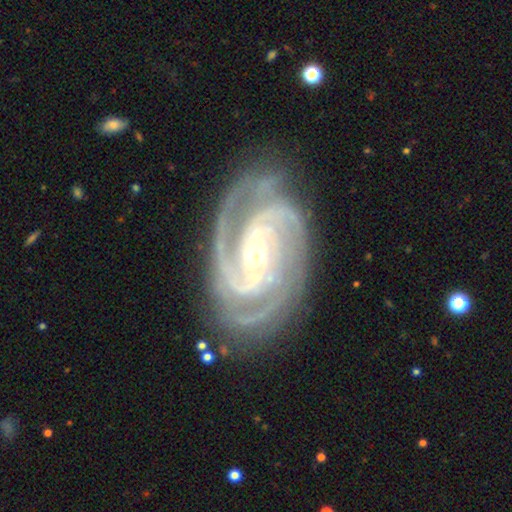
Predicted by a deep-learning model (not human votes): featured or disk 93%, star or artifact 4%, smooth 3%. Down the decision tree: edge-on disk — no (97%); bar — no (45%); spiral arms — yes (99%); spiral arm count — 3 (45%); spiral winding — tight (69%); bulge size — small (52%); merging — none (79%).